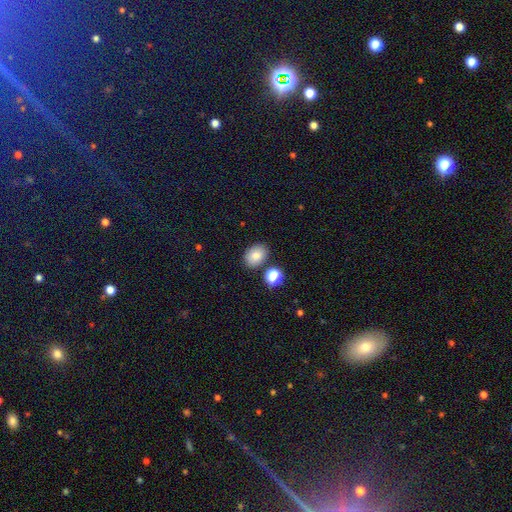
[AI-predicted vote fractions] Q: Smooth or featured?
A: smooth (81%); runner-up: star or artifact (10%)
Q: How rounded?
A: in between (74%); runner-up: round (25%)
Q: Merging?
A: none (82%); runner-up: minor disturbance (10%)